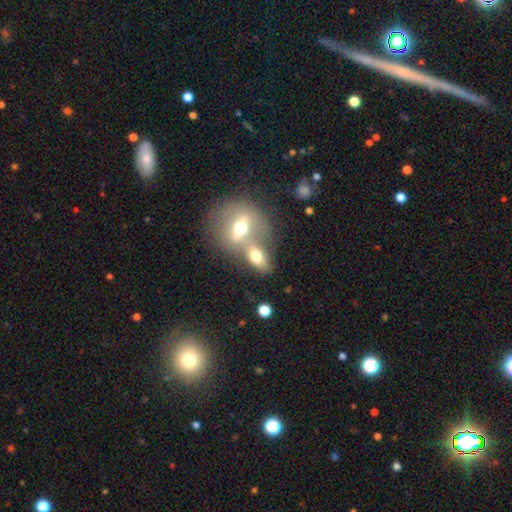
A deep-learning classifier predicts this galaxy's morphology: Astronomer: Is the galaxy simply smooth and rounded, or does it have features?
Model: smooth — 61%.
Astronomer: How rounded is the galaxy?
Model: in between — 73%.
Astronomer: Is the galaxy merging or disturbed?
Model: merger — 52% (runner-up: none, 35%).